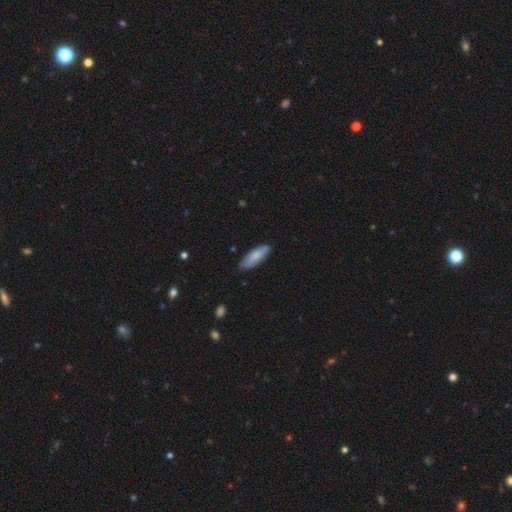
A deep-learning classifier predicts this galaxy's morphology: type=smooth (80%); roundness=in between (56%); merging=none (81%).